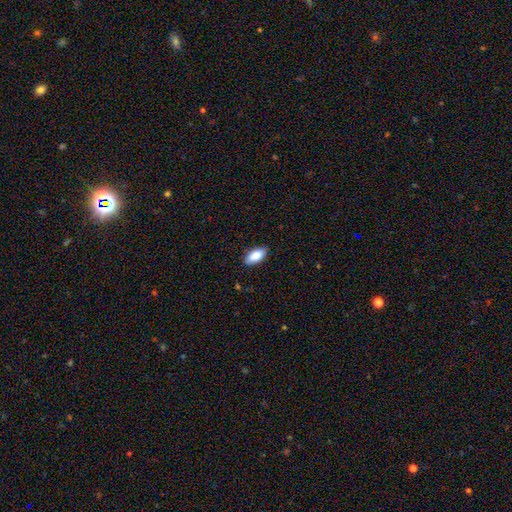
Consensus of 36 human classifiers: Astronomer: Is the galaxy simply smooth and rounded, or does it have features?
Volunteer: smooth — 75%.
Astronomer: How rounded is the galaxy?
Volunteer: in between — 96%.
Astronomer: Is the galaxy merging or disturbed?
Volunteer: none — 86%.